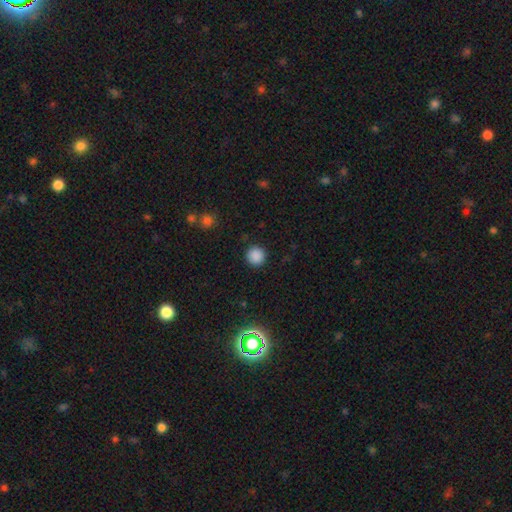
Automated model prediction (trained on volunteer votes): This appears to be a smooth galaxy with no disk features (86%) that is round (95%). Merging: none (91%).